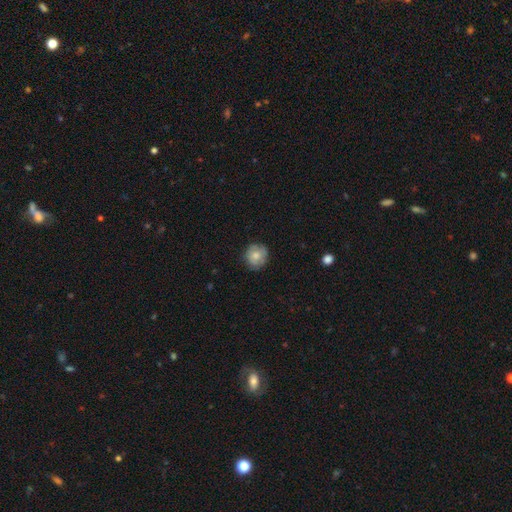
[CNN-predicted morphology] Smooth or featured?
  - smooth: 73% *
  - featured or disk: 19%
  - star or artifact: 8%
How rounded?
  - round: 86% *
  - in between: 13%
  - cigar-shaped: 1%
Merging?
  - none: 79% *
  - minor disturbance: 17%
  - major disturbance: 3%
  - merger: 1%